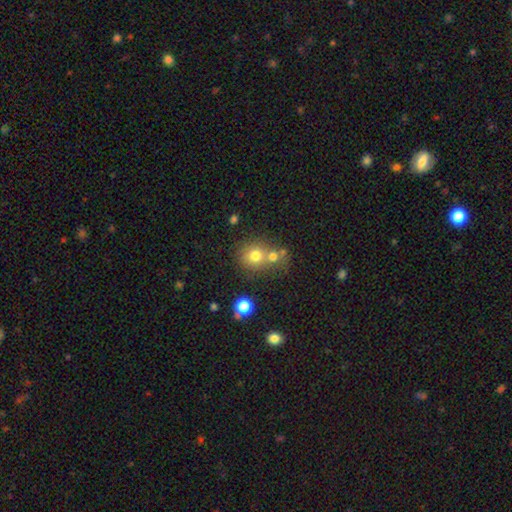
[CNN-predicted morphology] smooth-or-featured: smooth: 73% | star or artifact: 14% | featured or disk: 13%
  how-rounded: round: 83% | in between: 16% | cigar-shaped: 1%
  merging: none: 47% | merger: 40% | minor disturbance: 9% | major disturbance: 4%